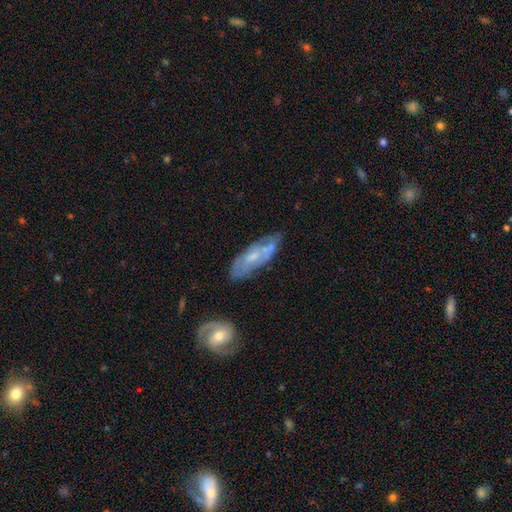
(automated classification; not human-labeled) Q: Smooth or featured?
A: featured or disk (63%); runner-up: smooth (30%)
Q: Edge-on disk?
A: no (82%); runner-up: yes (18%)
Q: Bar?
A: no (62%); runner-up: weak (32%)
Q: Spiral arms?
A: yes (67%); runner-up: no (33%)
Q: Bulge size?
A: small (50%); runner-up: moderate (38%)
Q: Merging?
A: none (62%); runner-up: minor disturbance (23%)